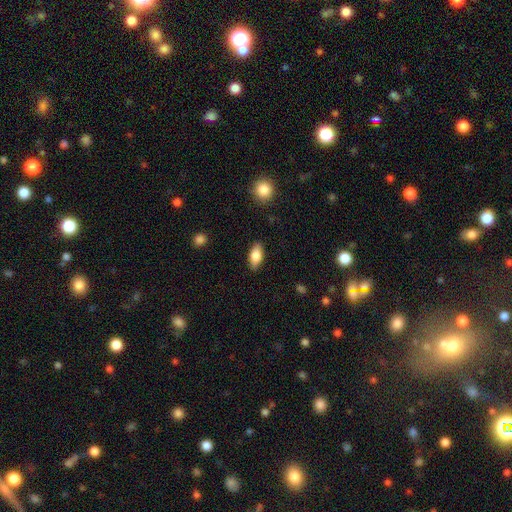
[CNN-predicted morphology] A smooth galaxy with no disk features (77%) that is in between round and cigar-shaped (86%). Merging: none (87%).